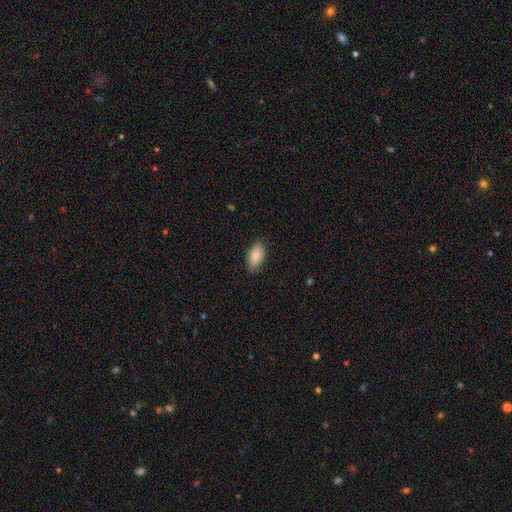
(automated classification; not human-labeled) smooth 87%, featured or disk 7%, star or artifact 6%. Down the decision tree: how rounded — in between (93%); merging — none (85%).